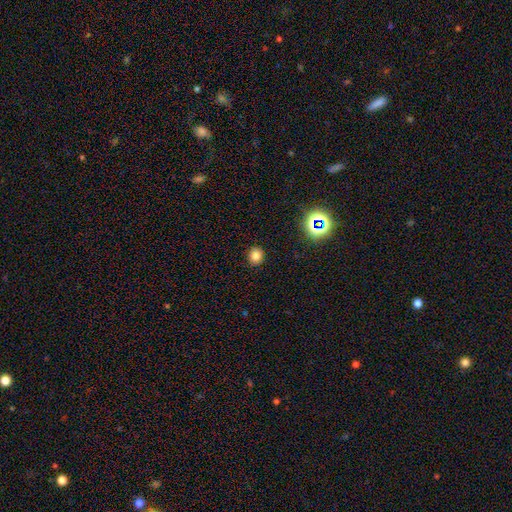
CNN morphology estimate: Smooth or featured? Predicted: smooth (p=0.78). How rounded? Predicted: round (p=0.81). Merging? Predicted: none (p=0.91).